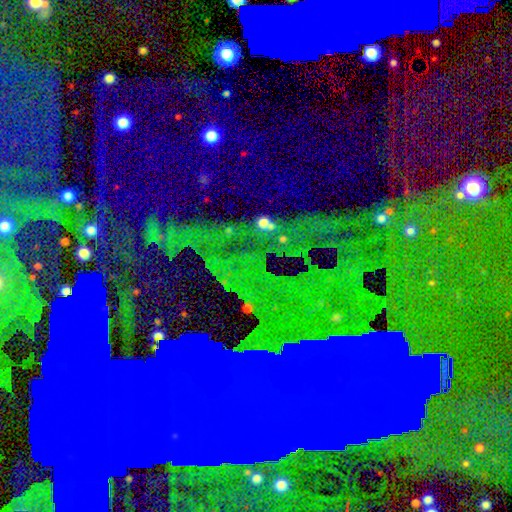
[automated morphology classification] The model was most divided on "smooth or featured": star or artifact: 78%, featured or disk: 14%, smooth: 8%.